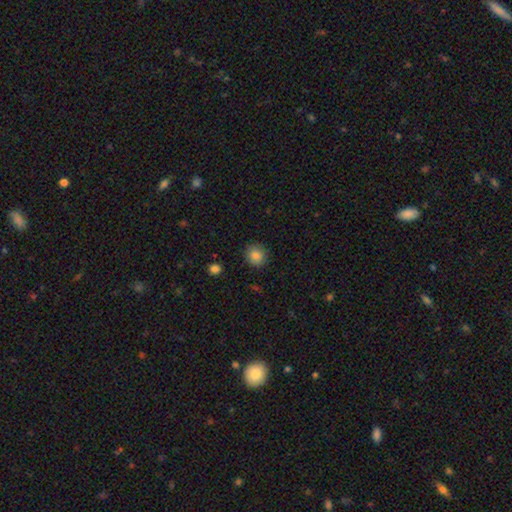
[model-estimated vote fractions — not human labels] Smooth or featured? smooth (85%)
How rounded? round (88%)
Merging? none (90%)